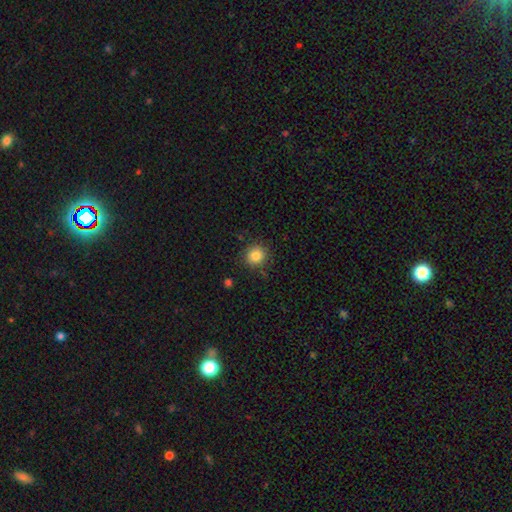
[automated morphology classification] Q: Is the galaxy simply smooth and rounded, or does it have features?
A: smooth — 85%.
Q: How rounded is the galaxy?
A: round — 89%.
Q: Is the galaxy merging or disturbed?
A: none — 86%.